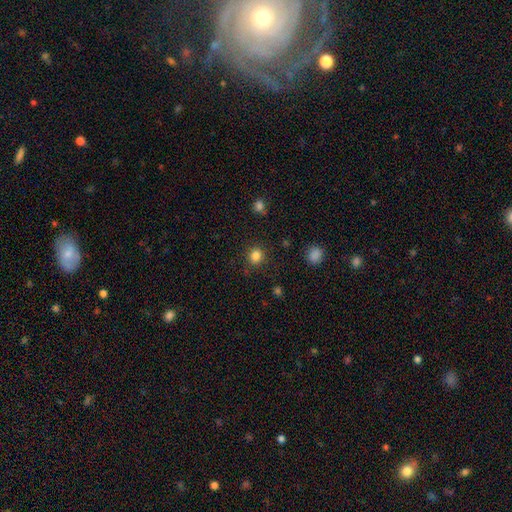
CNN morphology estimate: type=smooth (83%); roundness=round (85%); merging=none (87%).